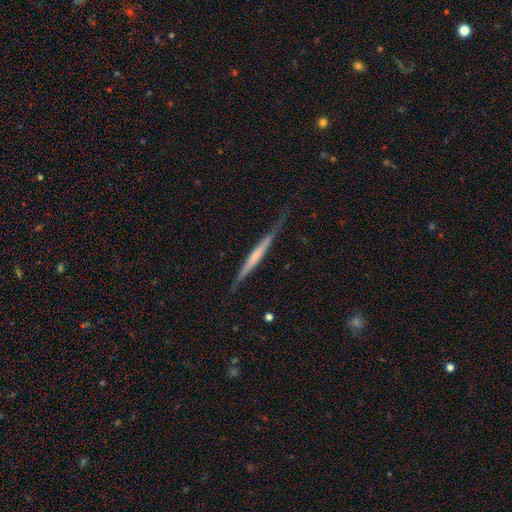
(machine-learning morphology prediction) smooth_or_featured: featured or disk (p=0.63) [alt: smooth p=0.32]
disk_edge_on: yes (p=0.97) [alt: no p=0.03]
edge_on_bulge: none (p=0.66) [alt: rounded p=0.22]
merging: none (p=0.77) [alt: minor disturbance p=0.17]